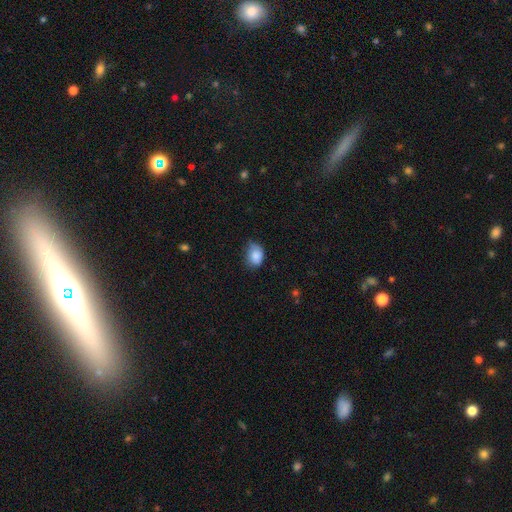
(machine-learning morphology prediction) This appears to be a smooth galaxy with no disk features (84%) that is in between round and cigar-shaped (61%). Merging: none (49%).